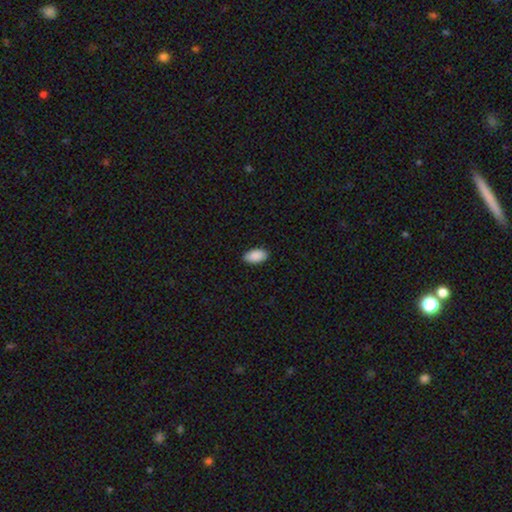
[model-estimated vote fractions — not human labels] Smooth or featured? Predicted: smooth (p=0.91). How rounded? Predicted: in between (p=0.96). Merging? Predicted: none (p=0.88).